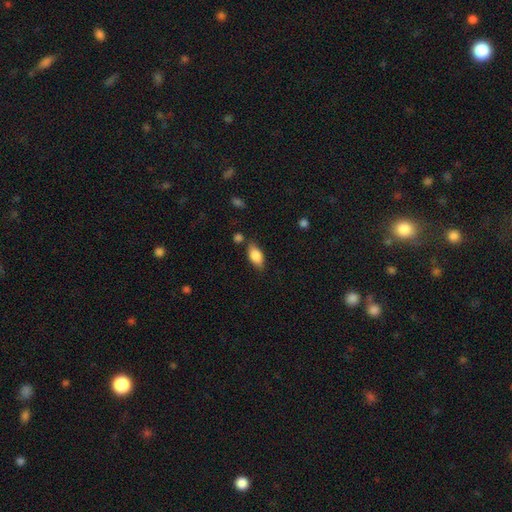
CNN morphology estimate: Overall: smooth (82%). How rounded: in between (88%). Merging: none (73%).